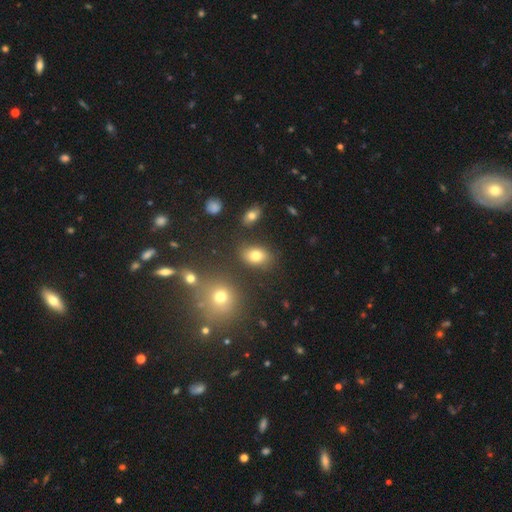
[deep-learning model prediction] smooth-or-featured: smooth: 77% | star or artifact: 12% | featured or disk: 11%
  how-rounded: in between: 77% | round: 22% | cigar-shaped: 1%
  merging: none: 80% | minor disturbance: 11% | merger: 5% | major disturbance: 4%